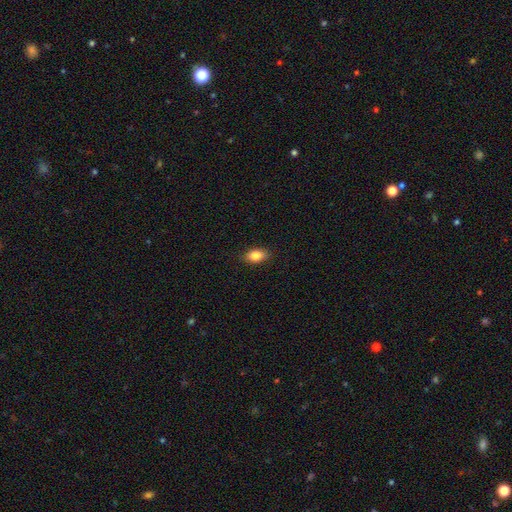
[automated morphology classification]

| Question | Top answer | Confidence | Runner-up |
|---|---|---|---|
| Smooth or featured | smooth | 85% | star or artifact (8%) |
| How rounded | in between | 84% | round (13%) |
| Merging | none | 87% | minor disturbance (10%) |